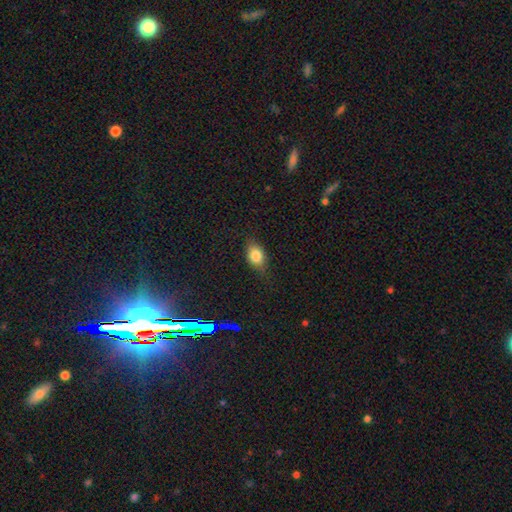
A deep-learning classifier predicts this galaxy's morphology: A smooth galaxy with no disk features (79%) that is in between round and cigar-shaped (77%).

Vote fractions:
- Smooth or featured? smooth: 79% / featured or disk: 12% / star or artifact: 9%
- How rounded? in between: 77% / round: 20% / cigar-shaped: 4%
- Merging? none: 74% / minor disturbance: 20% / major disturbance: 4% / merger: 1%